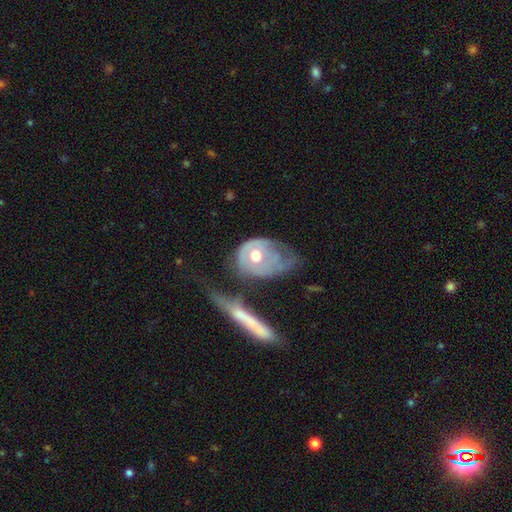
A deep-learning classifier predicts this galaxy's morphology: Overall: featured or disk (59%; smooth 35%). Edge-on disk: no (90%). Bar: no (85%). Spiral arms: no (57%; yes 43%). Bulge size: moderate (76%). Merging: major disturbance (41%; merger 20%).